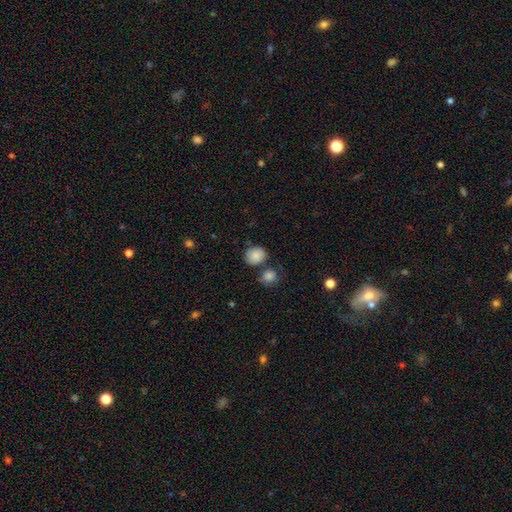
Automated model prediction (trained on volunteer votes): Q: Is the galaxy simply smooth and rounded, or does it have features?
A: smooth — 85%.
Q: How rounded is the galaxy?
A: round — 74%.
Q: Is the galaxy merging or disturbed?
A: none — 66%.